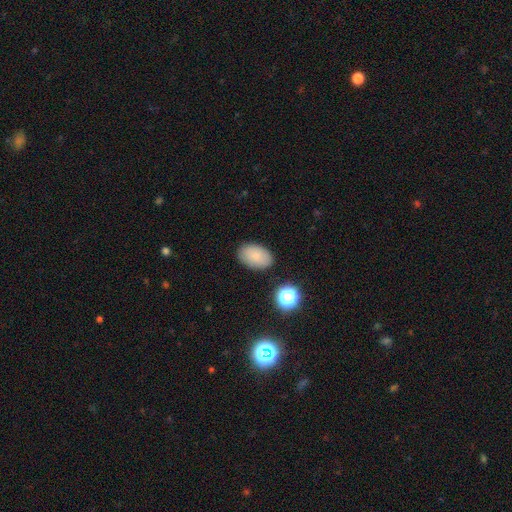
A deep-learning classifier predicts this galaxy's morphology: A smooth galaxy with no disk features (83%) that is in between round and cigar-shaped (90%).

Vote fractions:
- Smooth or featured? smooth: 83% / star or artifact: 9% / featured or disk: 8%
- How rounded? in between: 90% / round: 8% / cigar-shaped: 1%
- Merging? none: 85% / minor disturbance: 10% / major disturbance: 3% / merger: 2%